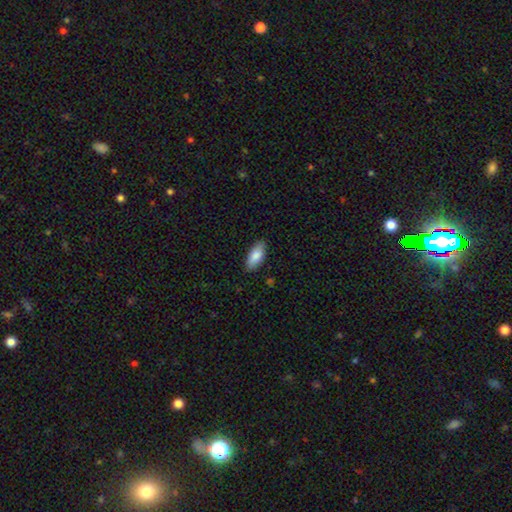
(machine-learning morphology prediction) Smooth or featured? Predicted: smooth (p=0.85). How rounded? Predicted: in between (p=0.87). Merging? Predicted: none (p=0.86).